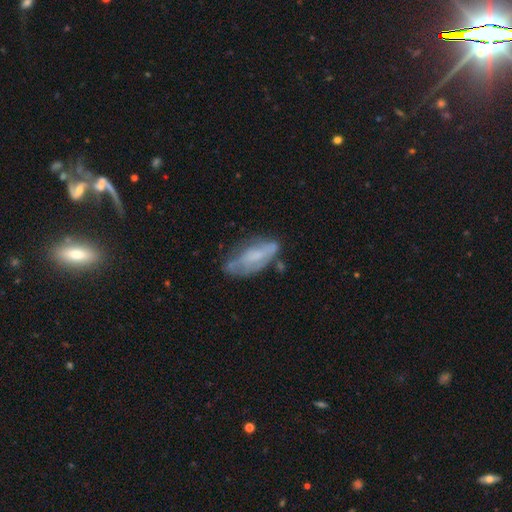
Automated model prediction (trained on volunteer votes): Morphology: type=smooth (46%, tied with featured or disk); merging=none (51%).